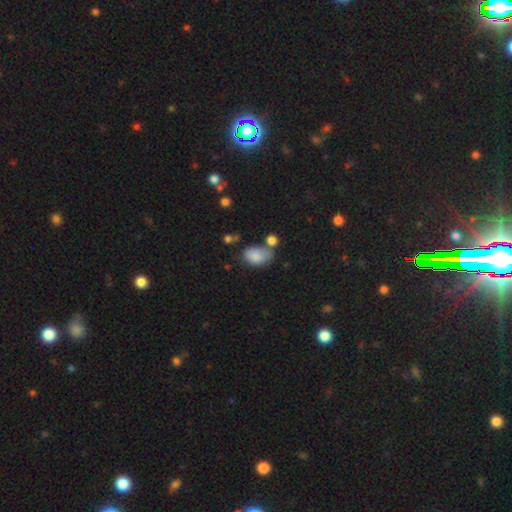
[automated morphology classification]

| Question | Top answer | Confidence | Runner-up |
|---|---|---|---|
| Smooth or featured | smooth | 83% | star or artifact (9%) |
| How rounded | in between | 88% | round (11%) |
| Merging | none | 44% | minor disturbance (26%) |